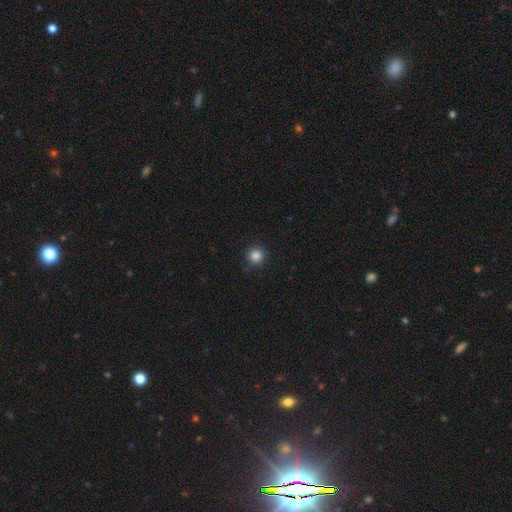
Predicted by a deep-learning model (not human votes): smooth 85%, star or artifact 12%, featured or disk 3%. Down the decision tree: how rounded — round (95%); merging — none (89%).